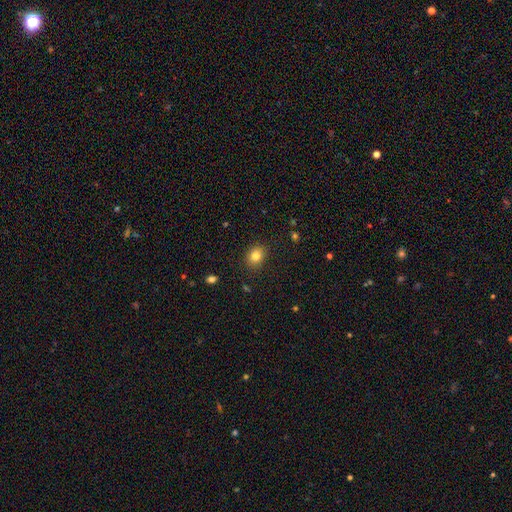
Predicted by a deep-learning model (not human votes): smooth 82%, star or artifact 11%, featured or disk 7%. Down the decision tree: how rounded — round (54%); merging — none (88%).